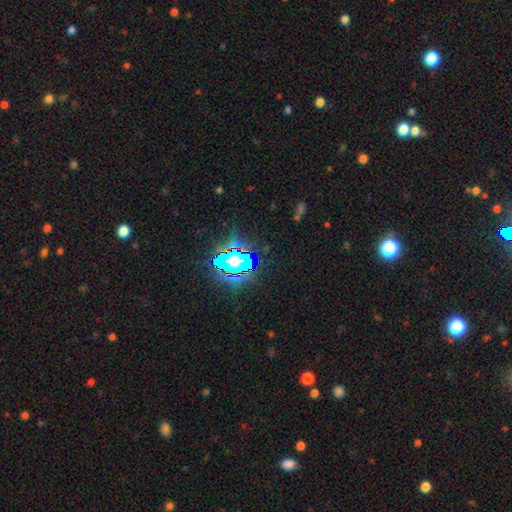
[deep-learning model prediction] smooth_or_featured: star or artifact (p=0.84) [alt: smooth p=0.09]